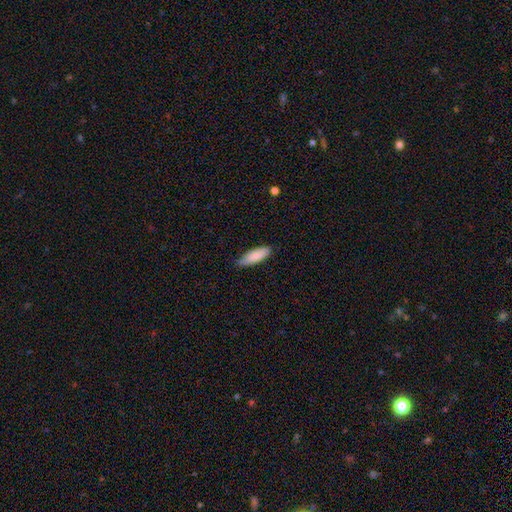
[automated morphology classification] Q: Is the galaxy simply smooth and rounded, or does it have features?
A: smooth — 87%.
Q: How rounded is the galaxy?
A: in between — 55%.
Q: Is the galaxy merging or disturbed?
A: none — 84%.